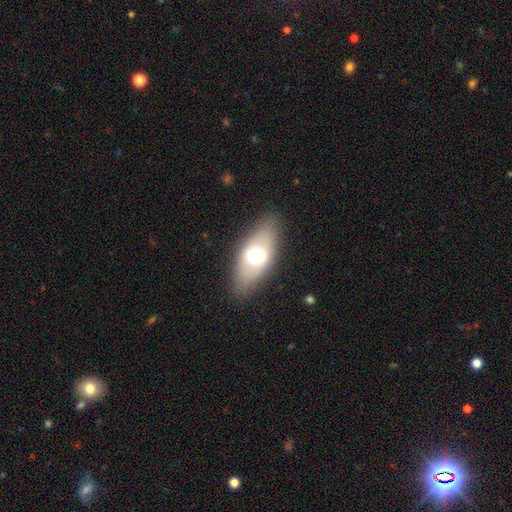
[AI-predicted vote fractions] smooth_or_featured: smooth (p=0.58) [alt: featured or disk p=0.33]
how_rounded: in between (p=0.82) [alt: cigar-shaped p=0.11]
merging: none (p=0.85) [alt: minor disturbance p=0.10]